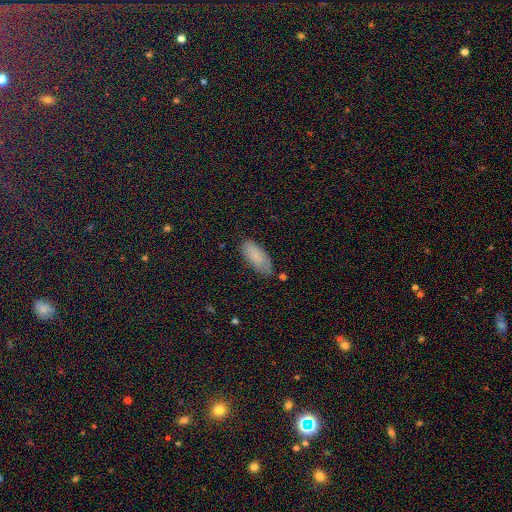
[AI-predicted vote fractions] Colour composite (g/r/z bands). It shows a smooth galaxy with no disk features (82%) that is in between round and cigar-shaped (87%). Merging: none (73%).